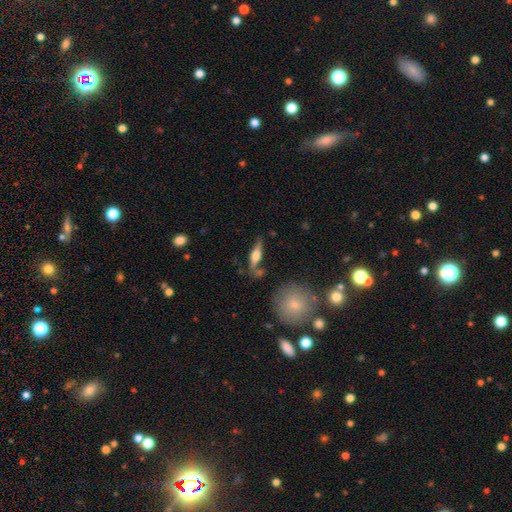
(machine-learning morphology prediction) The model was most divided on "smooth or featured": featured or disk: 53%, smooth: 40%, star or artifact: 7%. More confident: edge-on disk — yes (90%); merging — none (69%).